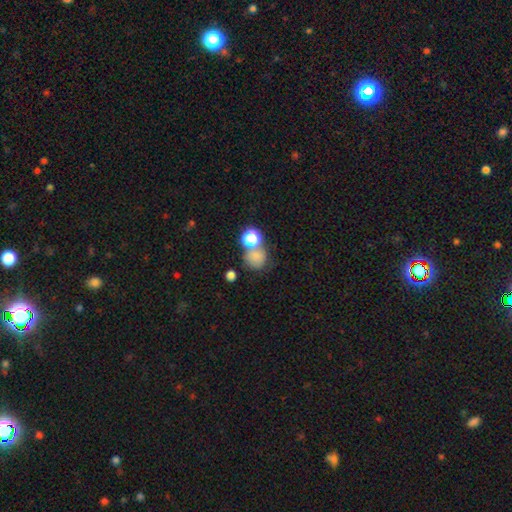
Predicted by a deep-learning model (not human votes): Q: Smooth or featured?
A: smooth (72%); runner-up: star or artifact (19%)
Q: How rounded?
A: round (78%); runner-up: in between (21%)
Q: Merging?
A: none (50%); runner-up: merger (30%)